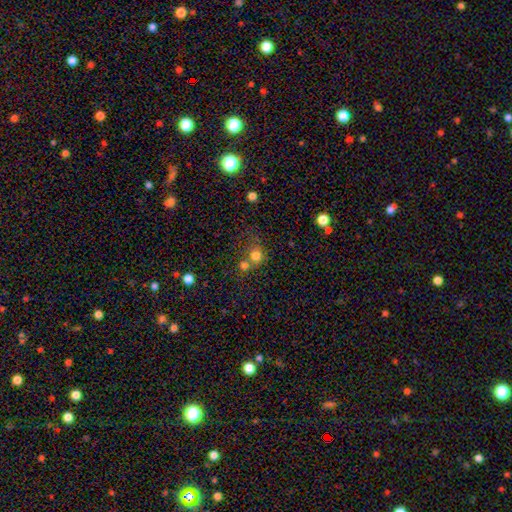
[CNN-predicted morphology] Smooth or featured? Predicted: smooth (p=0.77). How rounded? Predicted: round (p=0.85). Merging? Predicted: none (p=0.47).